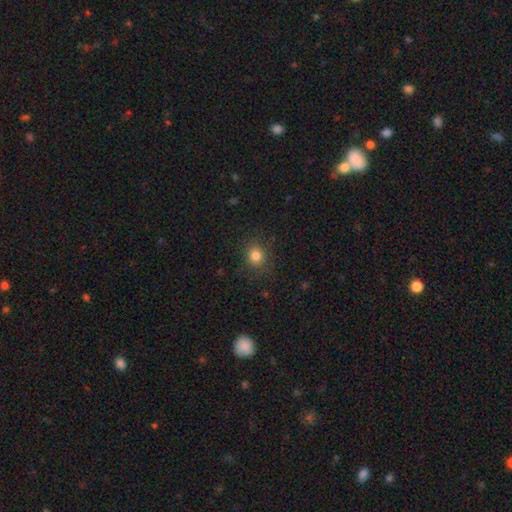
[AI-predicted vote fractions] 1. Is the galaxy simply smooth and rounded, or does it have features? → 82% smooth, 13% star or artifact, 6% featured or disk.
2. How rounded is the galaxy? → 83% round, 16% in between, 1% cigar-shaped.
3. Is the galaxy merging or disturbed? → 85% none, 10% minor disturbance, 4% major disturbance, 1% merger.